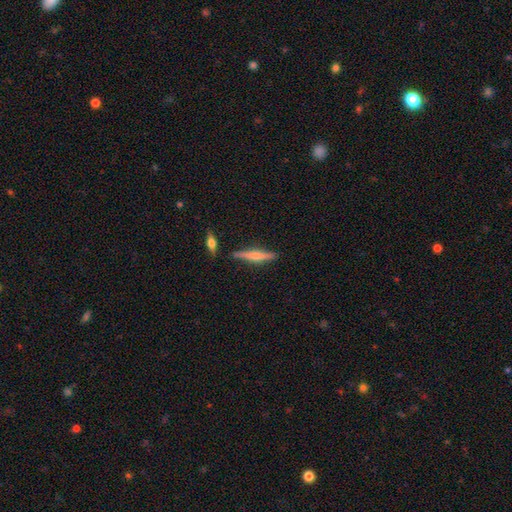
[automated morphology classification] Smooth or featured? Predicted: featured or disk (p=0.52). Edge-on disk? Predicted: yes (p=0.97). Edge-on bulge? Predicted: rounded (p=0.72). Merging? Predicted: none (p=0.83).